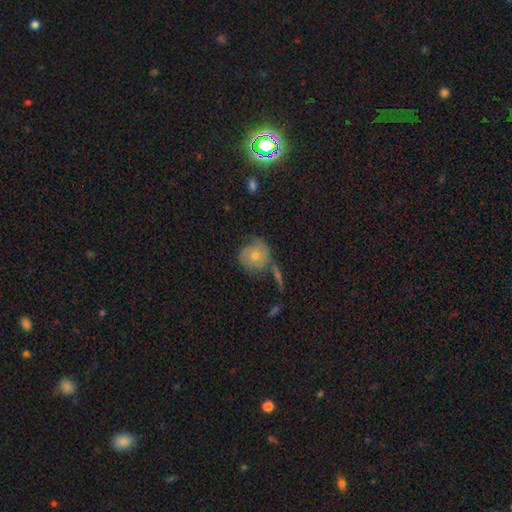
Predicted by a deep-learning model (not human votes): smooth-or-featured: smooth: 65% | featured or disk: 27% | star or artifact: 8%
  how-rounded: round: 85% | in between: 14% | cigar-shaped: 1%
  merging: none: 52% | minor disturbance: 25% | merger: 13% | major disturbance: 10%